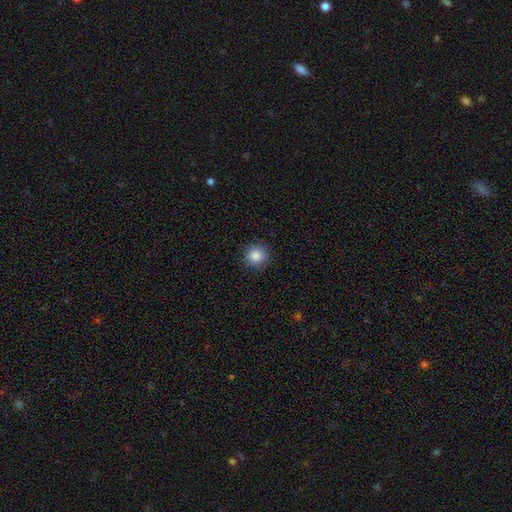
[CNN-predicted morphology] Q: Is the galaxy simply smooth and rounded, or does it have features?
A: smooth — 86%.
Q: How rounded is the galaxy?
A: round — 94%.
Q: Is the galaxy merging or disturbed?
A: none — 90%.